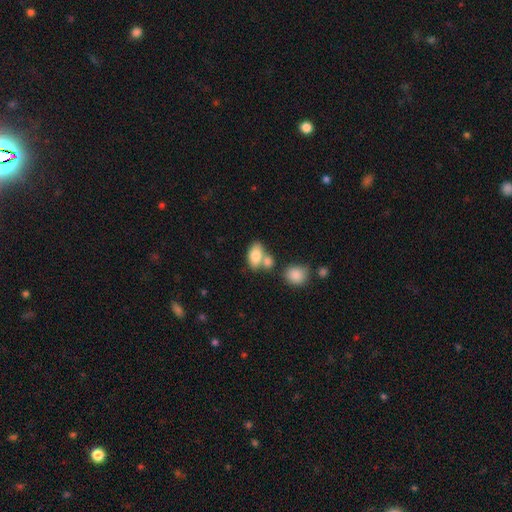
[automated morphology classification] This is clearly a smooth galaxy (81%). How rounded: clearly in between (89%). Merging: marginally none (43%).